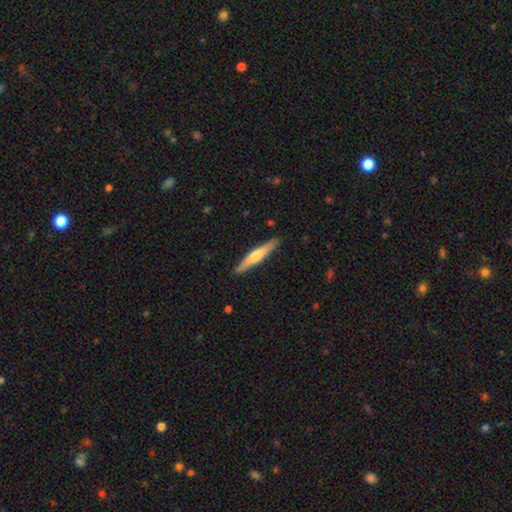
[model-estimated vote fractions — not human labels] smooth_or_featured: smooth (p=0.50) [alt: featured or disk p=0.45]
how_rounded: cigar-shaped (p=0.92) [alt: in between p=0.06]
merging: none (p=0.90) [alt: minor disturbance p=0.08]